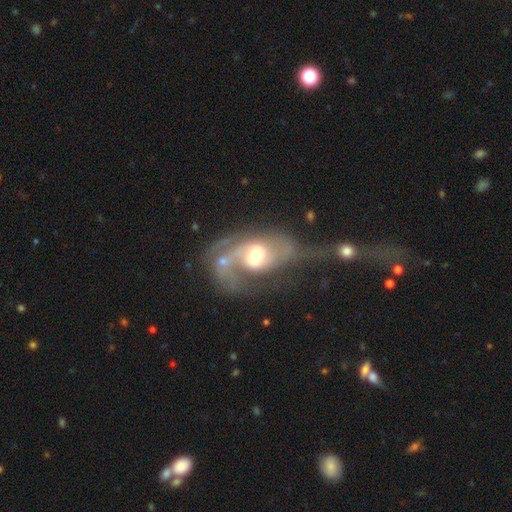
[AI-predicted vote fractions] Smooth or featured?
  - featured or disk: 77% *
  - smooth: 17%
  - star or artifact: 7%
Edge-on disk?
  - no: 96% *
  - yes: 4%
Bar?
  - no: 59% *
  - weak: 32%
  - strong: 8%
Spiral arms?
  - yes: 85% *
  - no: 15%
Spiral winding?
  - medium: 41% *
  - loose: 40%
  - tight: 20%
Spiral arm count?
  - 2: 60% *
  - 1: 20%
  - can't tell: 13%
  - 3: 4%
  - 4: 2%
  - more than 4: 2%
Bulge size?
  - moderate: 63% *
  - small: 20%
  - large: 14%
  - dominant: 2%
  - none: 1%
Merging?
  - major disturbance: 39% *
  - none: 24%
  - merger: 23%
  - minor disturbance: 15%